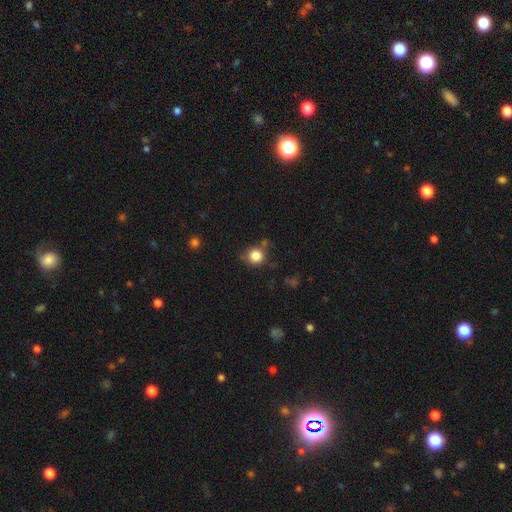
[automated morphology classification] type=smooth (84%); roundness=round (92%); merging=none (75%).